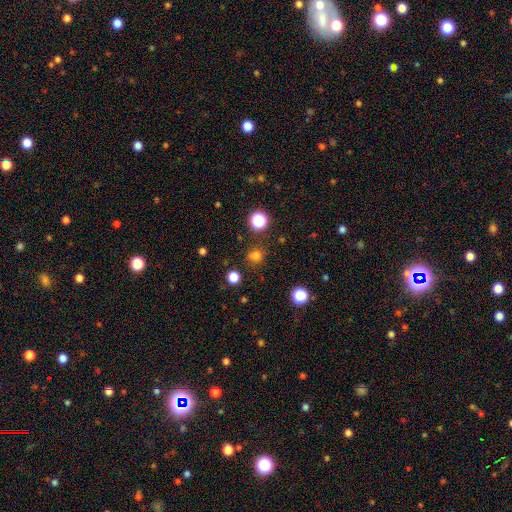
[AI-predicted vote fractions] Smooth or featured: smooth — 75% (star or artifact — 20%)
How rounded: round — 88% (in between — 11%)
Merging: none — 83% (minor disturbance — 10%)